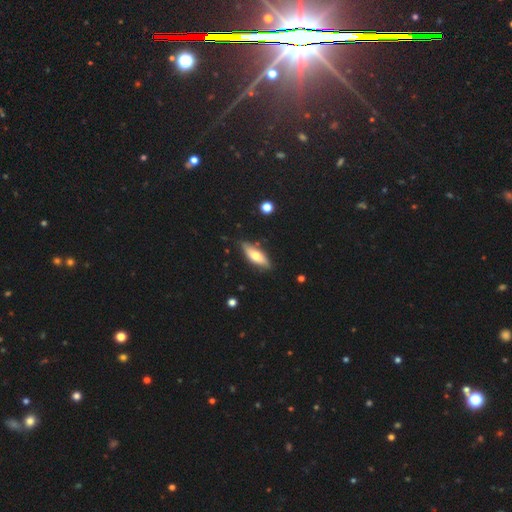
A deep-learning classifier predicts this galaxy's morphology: smooth_or_featured: smooth (p=0.61) [alt: featured or disk p=0.33]
how_rounded: in between (p=0.62) [alt: cigar-shaped p=0.36]
merging: none (p=0.79) [alt: minor disturbance p=0.16]